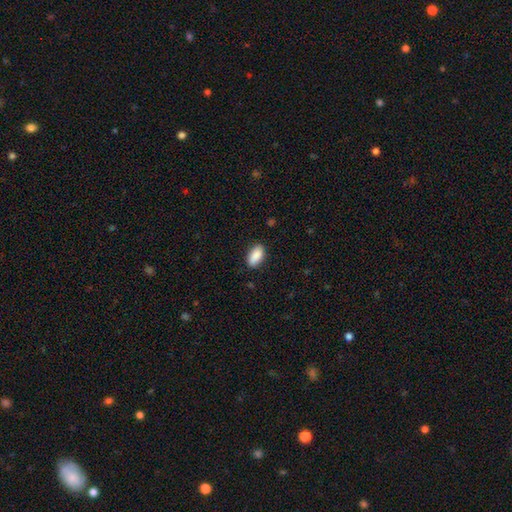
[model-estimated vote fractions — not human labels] Overall: smooth (89%). How rounded: in between (91%). Merging: none (86%).